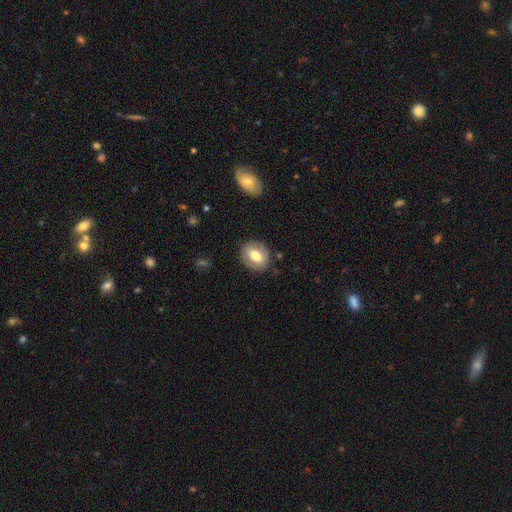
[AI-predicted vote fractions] This is likely a smooth galaxy (71%). How rounded: possibly round (53%). Merging: clearly none (84%).